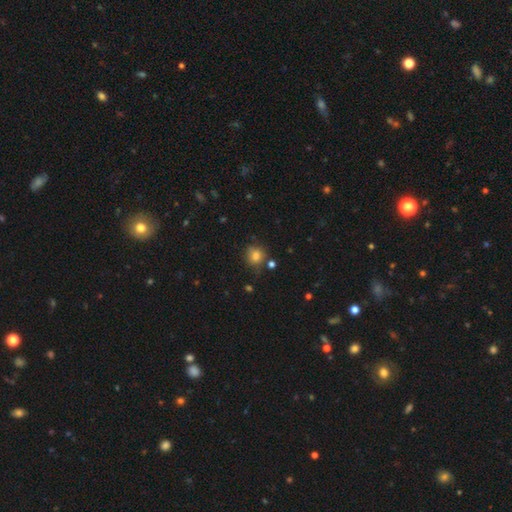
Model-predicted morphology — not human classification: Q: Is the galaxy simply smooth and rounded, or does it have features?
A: smooth — 81%.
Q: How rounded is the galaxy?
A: round — 81%.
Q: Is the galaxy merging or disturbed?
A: none — 72%.